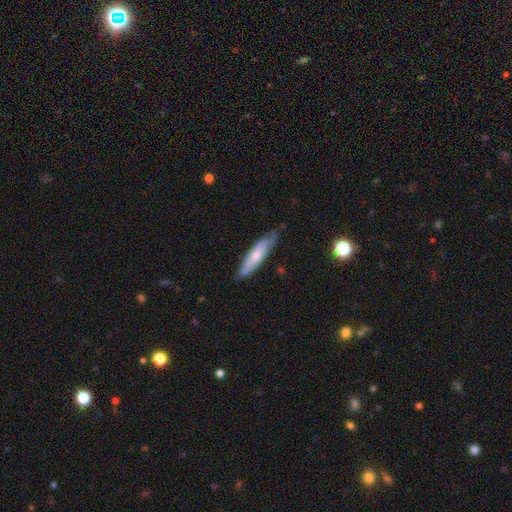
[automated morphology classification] This is possibly a smooth galaxy (58%). How rounded: likely cigar-shaped (76%). Merging: likely none (74%).